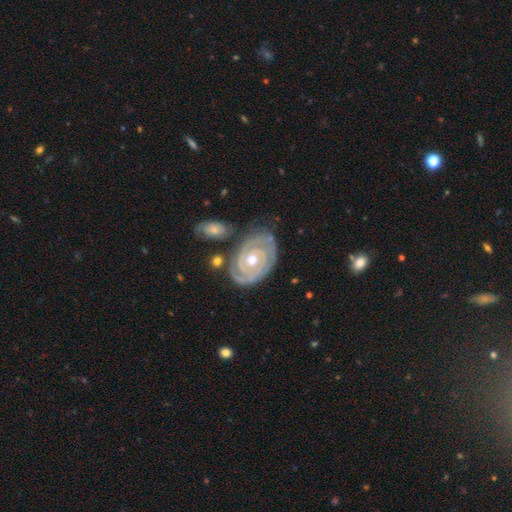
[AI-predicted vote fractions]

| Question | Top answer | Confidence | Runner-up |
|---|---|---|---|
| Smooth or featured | featured or disk | 90% | smooth (5%) |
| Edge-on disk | no | 97% | yes (3%) |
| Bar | no | 77% | weak (16%) |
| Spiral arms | yes | 96% | no (4%) |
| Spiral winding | tight | 86% | medium (12%) |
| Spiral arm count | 2 | 54% | 3 (18%) |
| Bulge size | moderate | 64% | small (33%) |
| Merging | none | 73% | minor disturbance (16%) |